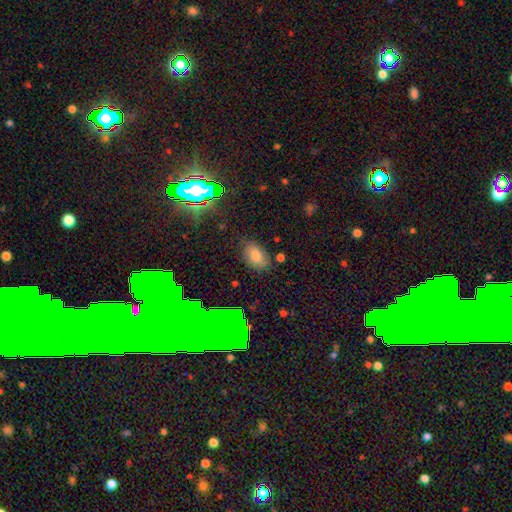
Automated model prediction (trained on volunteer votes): Q: Smooth or featured?
A: smooth (69%); runner-up: star or artifact (18%)
Q: How rounded?
A: in between (88%); runner-up: round (10%)
Q: Merging?
A: none (79%); runner-up: minor disturbance (14%)